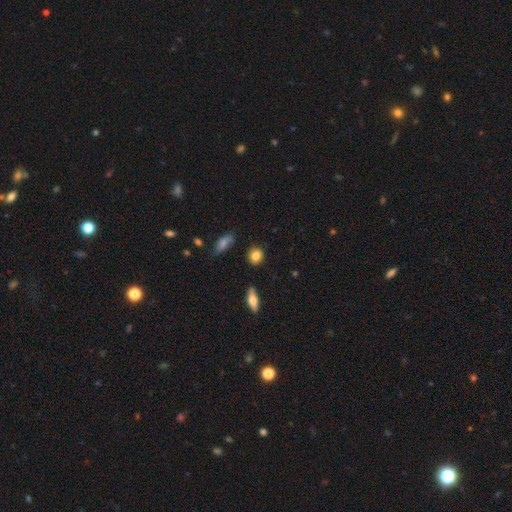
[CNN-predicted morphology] A smooth galaxy with no disk features (83%) that is round (66%). Merging: none (82%).